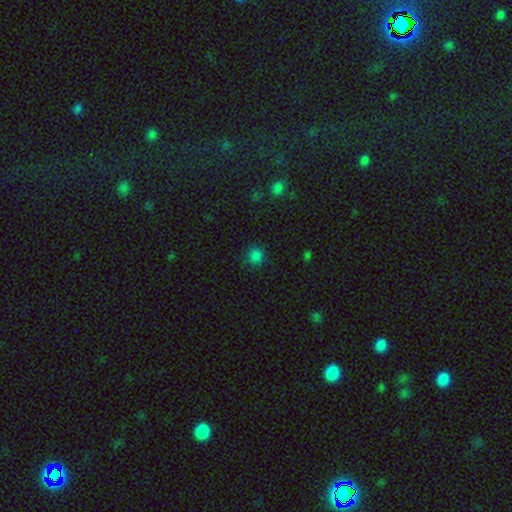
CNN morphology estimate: A smooth galaxy with no disk features (81%) that is round (89%). Merging: none (85%).